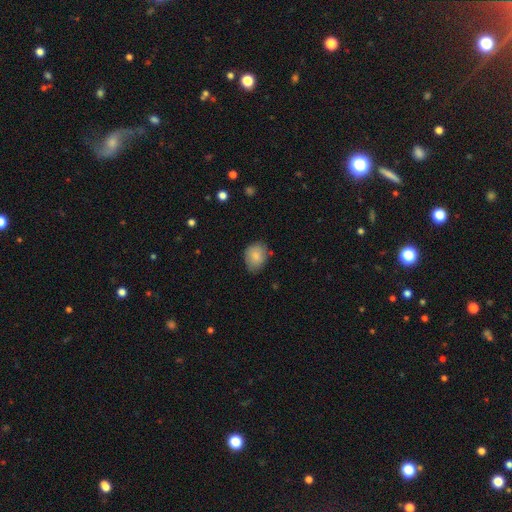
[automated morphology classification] The model was most divided on "how rounded": in between: 54%, round: 45%, cigar-shaped: 1%. More confident: smooth or featured — smooth (84%); merging — none (68%).